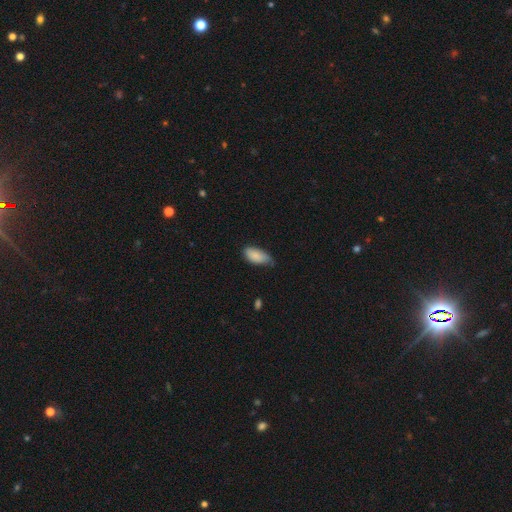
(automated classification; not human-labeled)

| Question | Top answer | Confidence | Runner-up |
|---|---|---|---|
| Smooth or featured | smooth | 85% | featured or disk (9%) |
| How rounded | in between | 93% | cigar-shaped (5%) |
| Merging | none | 46% | minor disturbance (44%) |